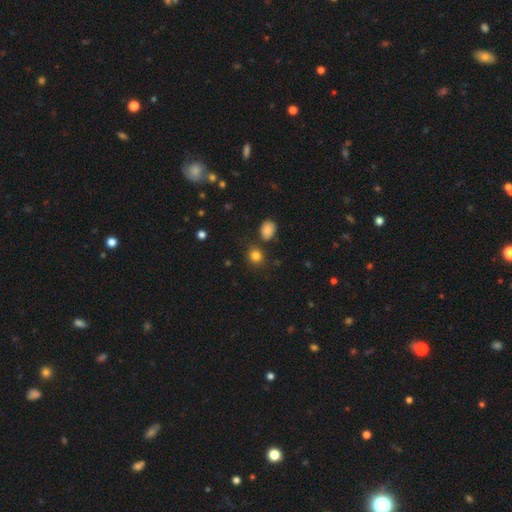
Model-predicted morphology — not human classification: Smooth or featured: smooth — 82% (star or artifact — 12%)
How rounded: round — 78% (in between — 21%)
Merging: none — 80% (minor disturbance — 10%)